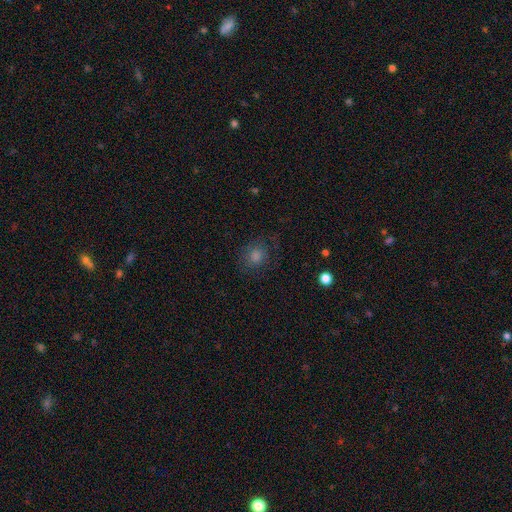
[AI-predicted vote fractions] smooth-or-featured: smooth: 67% | star or artifact: 21% | featured or disk: 12%
  how-rounded: round: 77% | in between: 22% | cigar-shaped: 1%
  merging: none: 80% | minor disturbance: 13% | major disturbance: 6% | merger: 1%